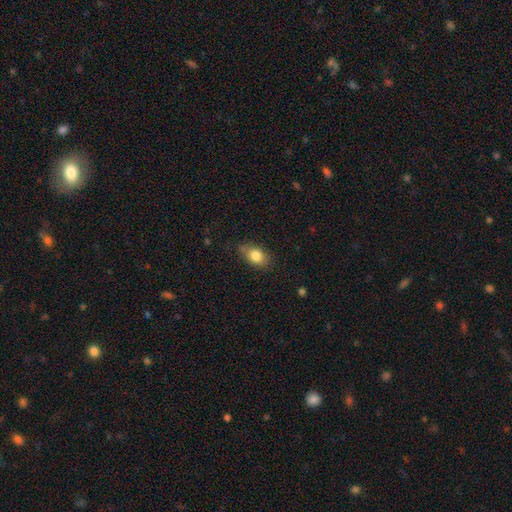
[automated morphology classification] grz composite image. It shows a smooth galaxy with no disk features (81%) that is in between round and cigar-shaped (82%). Merging: none (71%).